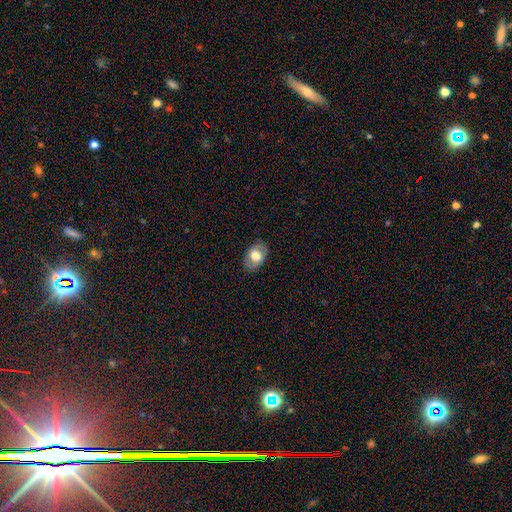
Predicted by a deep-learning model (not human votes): Overall: smooth (69%). How rounded: in between (86%). Merging: none (84%).